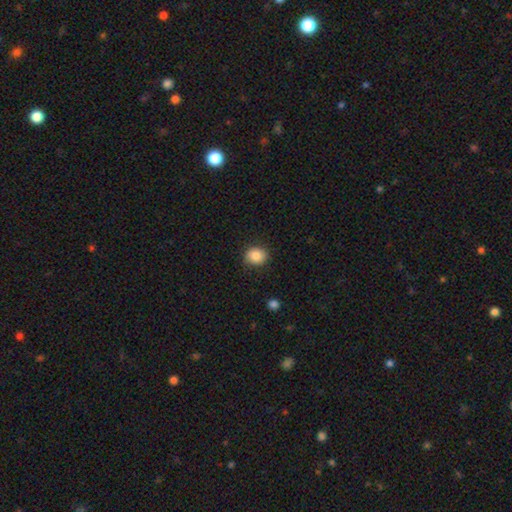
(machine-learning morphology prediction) smooth-or-featured: smooth: 86% | star or artifact: 9% | featured or disk: 5%
  how-rounded: round: 72% | in between: 28% | cigar-shaped: 1%
  merging: none: 85% | minor disturbance: 11% | major disturbance: 3% | merger: 1%